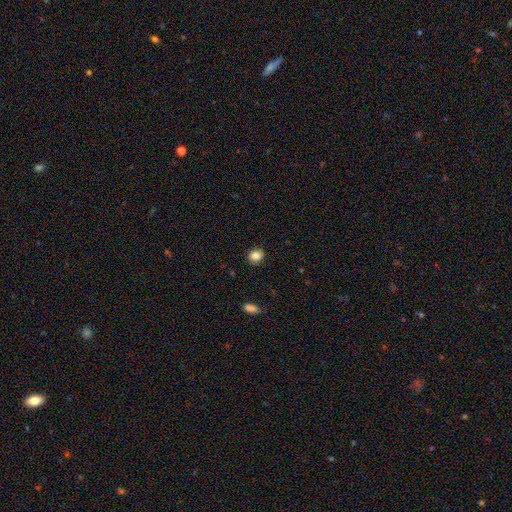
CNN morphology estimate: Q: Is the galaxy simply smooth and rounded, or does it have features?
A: smooth — 85%.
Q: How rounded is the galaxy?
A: round — 57%.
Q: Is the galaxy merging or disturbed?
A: none — 86%.